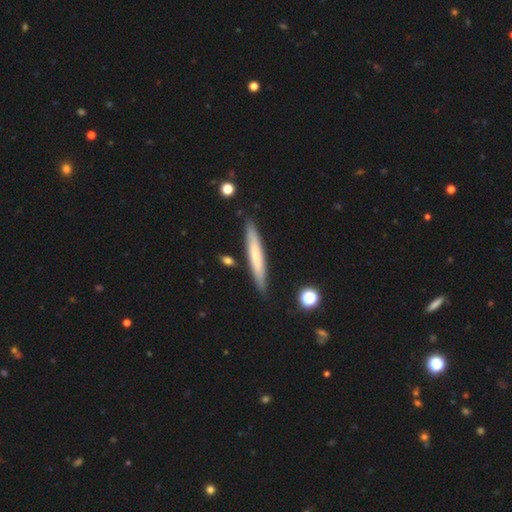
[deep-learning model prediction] Smooth or featured?
  - smooth: 63% *
  - featured or disk: 31%
  - star or artifact: 6%
How rounded?
  - cigar-shaped: 95% *
  - in between: 4%
  - round: 1%
Merging?
  - none: 87% *
  - minor disturbance: 9%
  - merger: 2%
  - major disturbance: 2%